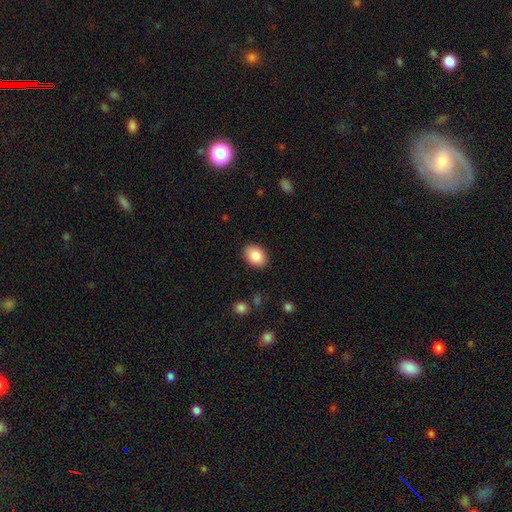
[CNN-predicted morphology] type=smooth (85%); roundness=in between (72%); merging=none (89%).